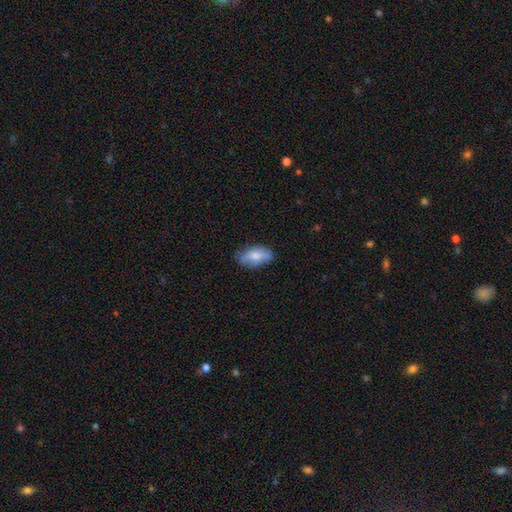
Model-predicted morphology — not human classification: Q: Smooth or featured?
A: smooth (72%); runner-up: featured or disk (21%)
Q: How rounded?
A: in between (89%); runner-up: cigar-shaped (6%)
Q: Merging?
A: none (70%); runner-up: minor disturbance (24%)